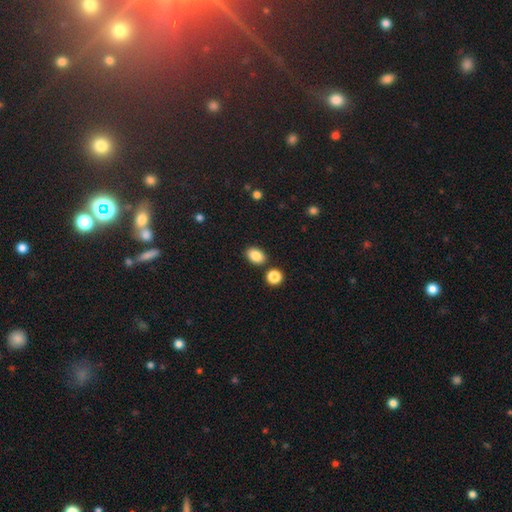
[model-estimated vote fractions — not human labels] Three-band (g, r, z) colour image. It shows a smooth galaxy with no disk features (86%) that is in between round and cigar-shaped (82%). Merging: none (83%).